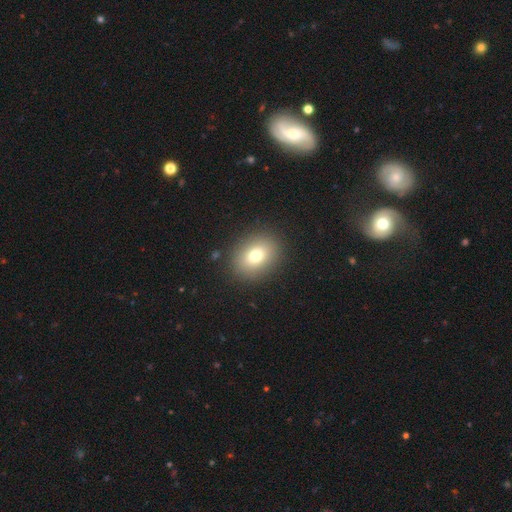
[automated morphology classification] Smooth or featured: smooth — 76% (featured or disk — 12%)
How rounded: in between — 51% (round — 48%)
Merging: none — 88% (minor disturbance — 8%)